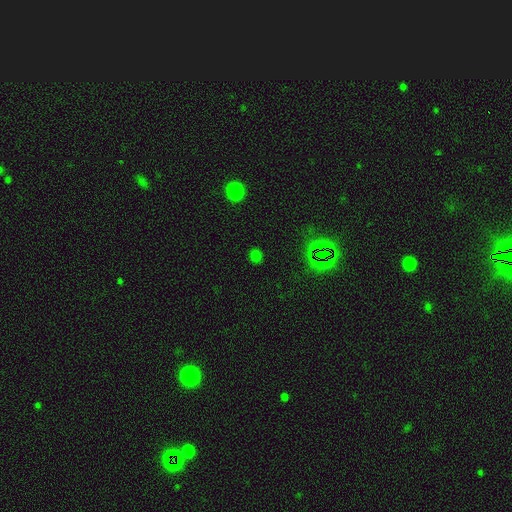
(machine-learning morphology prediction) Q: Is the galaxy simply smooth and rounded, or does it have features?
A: smooth — 62%.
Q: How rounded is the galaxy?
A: round — 79%.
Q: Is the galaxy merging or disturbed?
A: none — 86%.